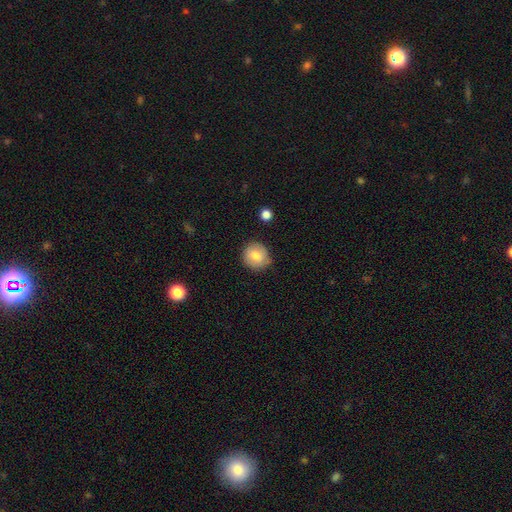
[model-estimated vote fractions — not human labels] This appears to be a smooth galaxy with no disk features (80%) that is round (88%). Merging: none (81%).